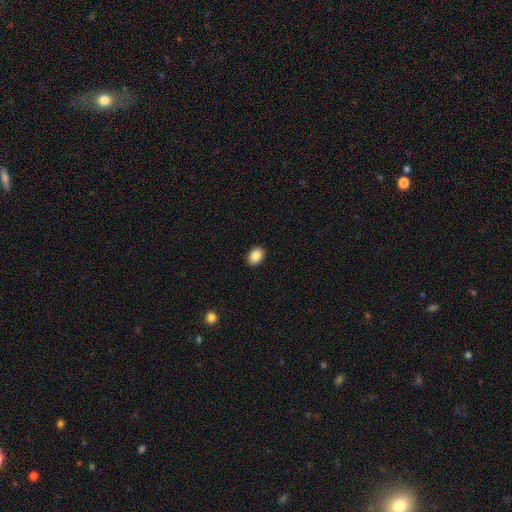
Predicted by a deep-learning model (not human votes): Smooth or featured: smooth — 88% (star or artifact — 8%)
How rounded: in between — 74% (round — 25%)
Merging: none — 90% (minor disturbance — 7%)